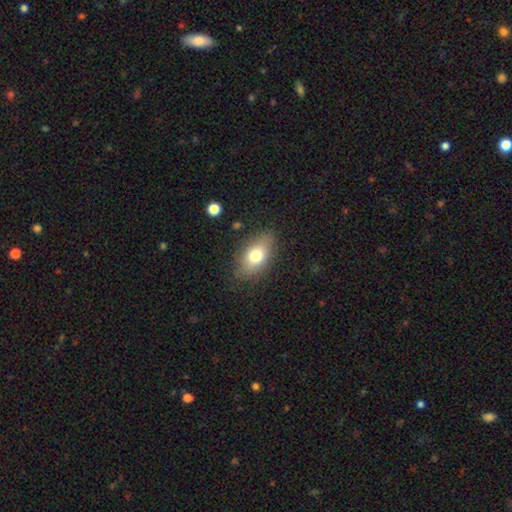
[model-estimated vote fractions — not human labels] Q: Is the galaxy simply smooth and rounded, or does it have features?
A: smooth — 73%.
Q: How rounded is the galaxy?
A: in between — 87%.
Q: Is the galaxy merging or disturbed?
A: none — 81%.